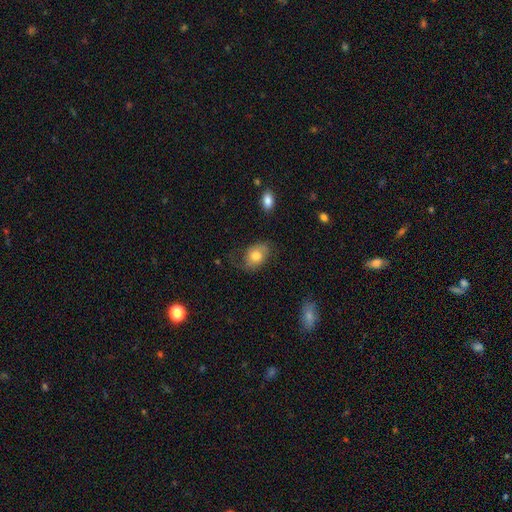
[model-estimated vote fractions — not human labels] Smooth or featured: smooth — 71% (featured or disk — 21%)
How rounded: in between — 75% (round — 24%)
Merging: none — 59% (minor disturbance — 25%)